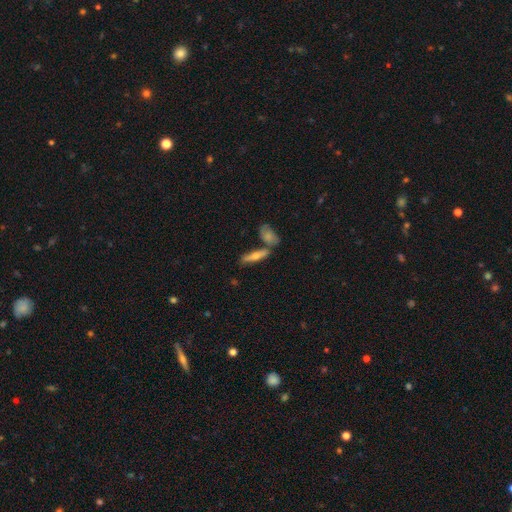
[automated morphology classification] smooth_or_featured: smooth (p=0.48) [alt: featured or disk p=0.45]
merging: none (p=0.63) [alt: merger p=0.23]